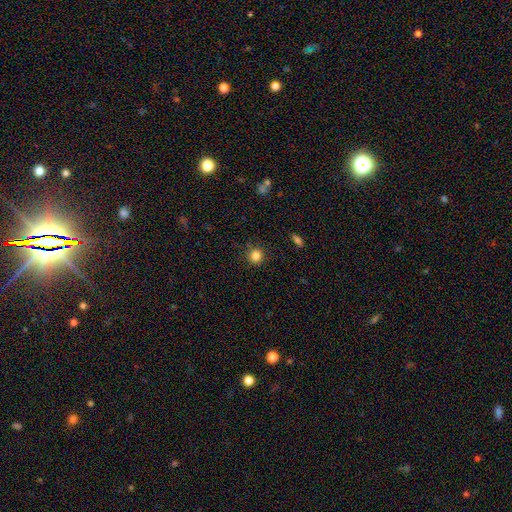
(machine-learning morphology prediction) type=smooth (84%); roundness=round (92%); merging=none (89%).